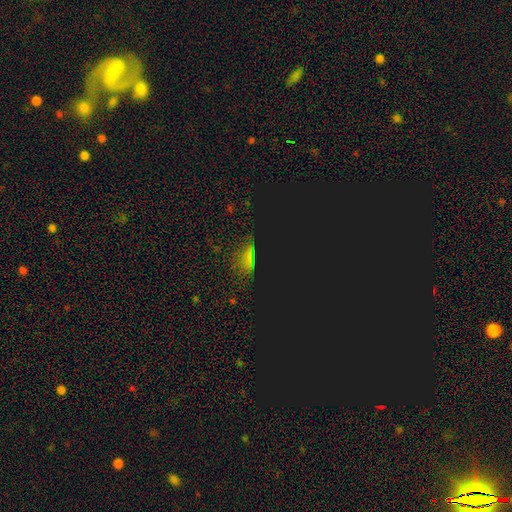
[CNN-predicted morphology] type=star or artifact (67%).